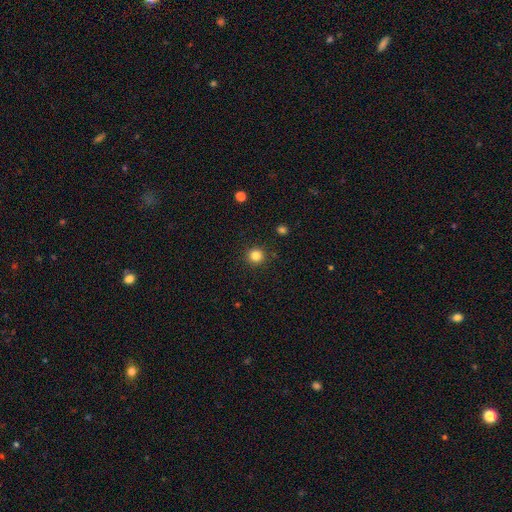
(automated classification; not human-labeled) A smooth galaxy with no disk features (83%) that is round (94%). Merging: none (91%).